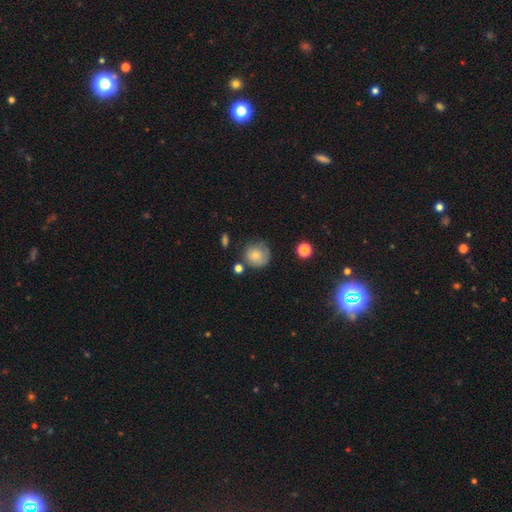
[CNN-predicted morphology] smooth_or_featured: smooth (p=0.71) [alt: featured or disk p=0.20]
how_rounded: round (p=0.87) [alt: in between p=0.12]
merging: none (p=0.59) [alt: minor disturbance p=0.25]